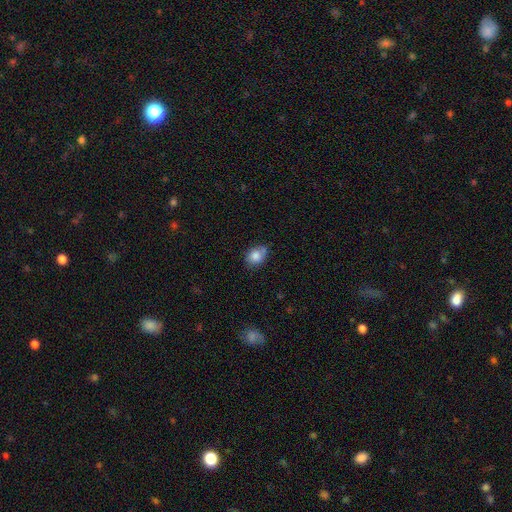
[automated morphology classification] smooth 80%, featured or disk 11%, star or artifact 9%. Down the decision tree: how rounded — in between (62%); merging — none (61%).